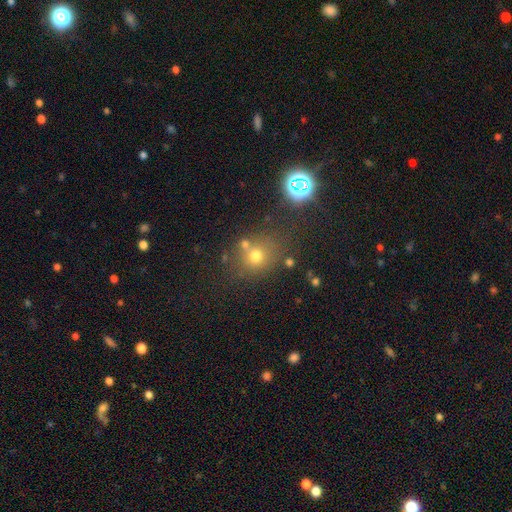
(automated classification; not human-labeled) A smooth galaxy with no disk features (64%) that is round (78%).

Vote fractions:
- Smooth or featured? smooth: 64% / star or artifact: 24% / featured or disk: 12%
- How rounded? round: 78% / in between: 21% / cigar-shaped: 1%
- Merging? none: 65% / merger: 17% / minor disturbance: 12% / major disturbance: 6%